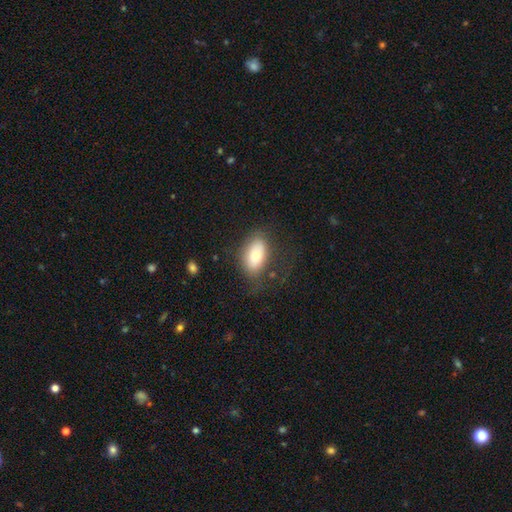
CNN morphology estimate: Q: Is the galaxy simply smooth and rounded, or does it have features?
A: smooth — 73%.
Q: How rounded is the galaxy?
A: in between — 91%.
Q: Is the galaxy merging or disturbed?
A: none — 64%.